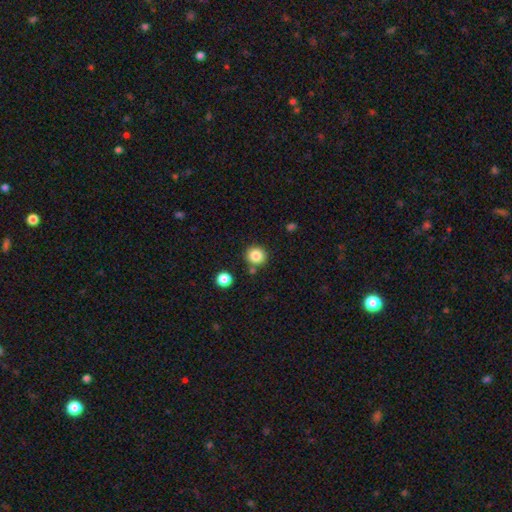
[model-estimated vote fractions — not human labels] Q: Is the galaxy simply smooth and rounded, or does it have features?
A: smooth — 84%.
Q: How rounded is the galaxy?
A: round — 90%.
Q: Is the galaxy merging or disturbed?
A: none — 81%.